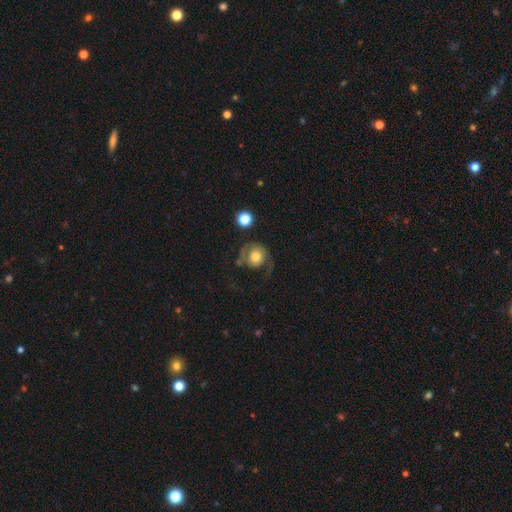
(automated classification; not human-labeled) smooth 55%, featured or disk 37%, star or artifact 8%. Down the decision tree: how rounded — round (84%); merging — none (38%).